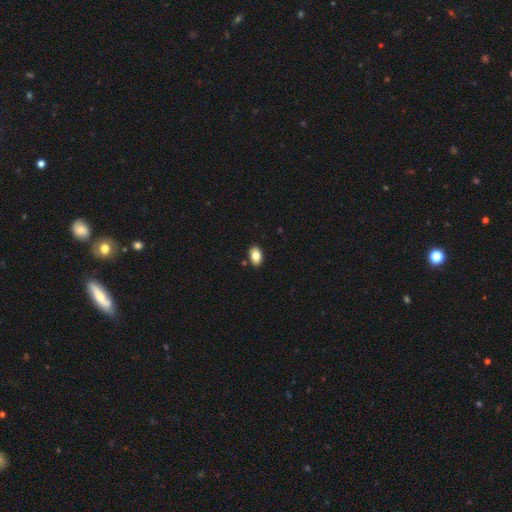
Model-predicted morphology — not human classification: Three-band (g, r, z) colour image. It shows a smooth galaxy with no disk features (82%) that is in between round and cigar-shaped (89%). Merging: none (86%).